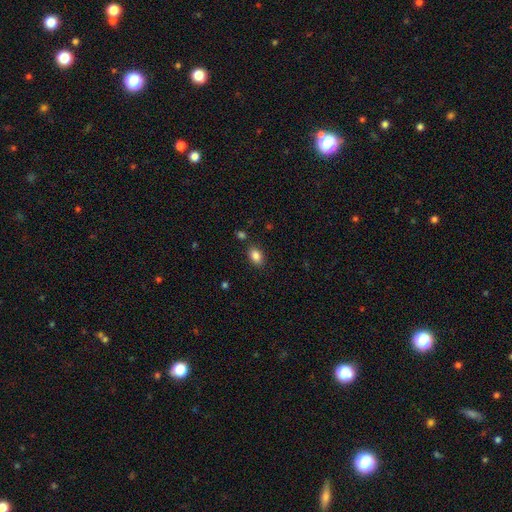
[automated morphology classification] smooth 85%, star or artifact 9%, featured or disk 6%. Down the decision tree: how rounded — in between (84%); merging — none (83%).